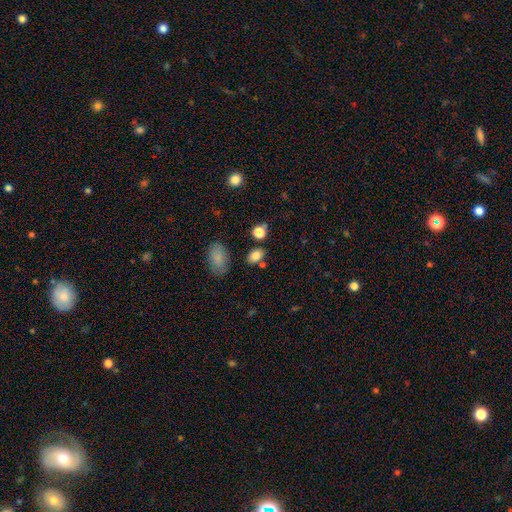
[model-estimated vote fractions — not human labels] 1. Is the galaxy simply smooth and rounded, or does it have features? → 82% smooth, 12% star or artifact, 6% featured or disk.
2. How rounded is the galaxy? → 76% in between, 23% round, 2% cigar-shaped.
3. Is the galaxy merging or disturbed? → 73% none, 12% minor disturbance, 11% merger, 4% major disturbance.